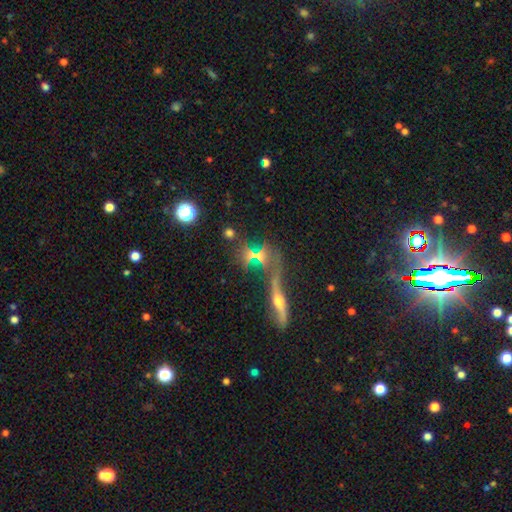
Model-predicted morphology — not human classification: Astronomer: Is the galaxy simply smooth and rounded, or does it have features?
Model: star or artifact — 36% (runner-up: smooth, 33%).